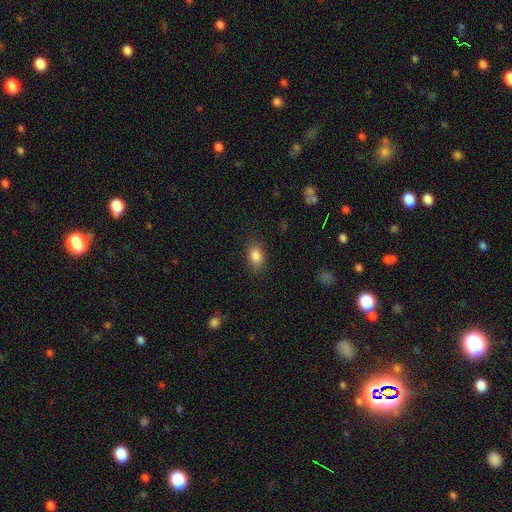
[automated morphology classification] Smooth or featured? smooth (86%)
How rounded? in between (80%)
Merging? none (83%)